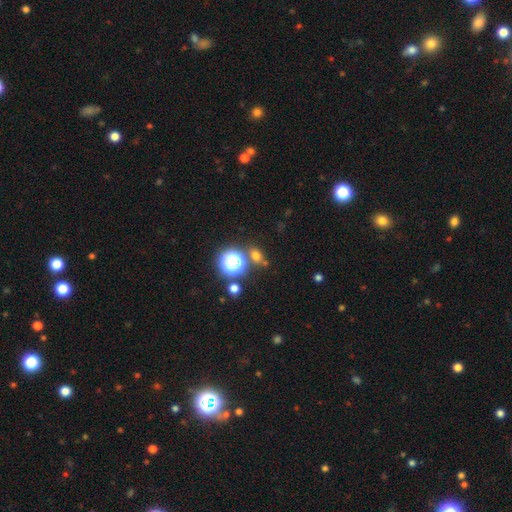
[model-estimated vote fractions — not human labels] Q: Smooth or featured?
A: smooth (62%); runner-up: star or artifact (30%)
Q: How rounded?
A: round (53%); runner-up: in between (44%)
Q: Merging?
A: none (71%); runner-up: merger (14%)